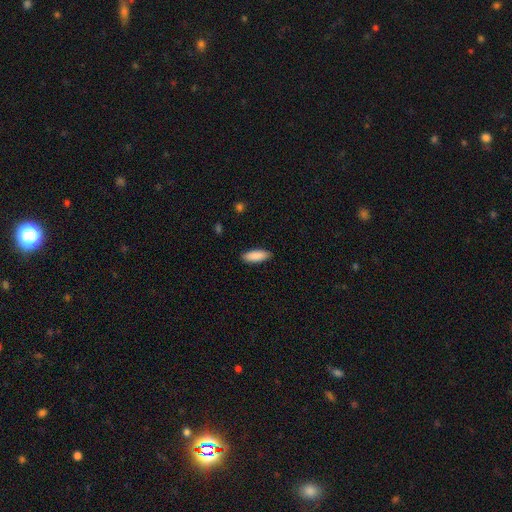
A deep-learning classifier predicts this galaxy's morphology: smooth_or_featured: smooth (p=0.90) [alt: star or artifact p=0.06]
how_rounded: in between (p=0.68) [alt: cigar-shaped p=0.30]
merging: none (p=0.89) [alt: minor disturbance p=0.08]